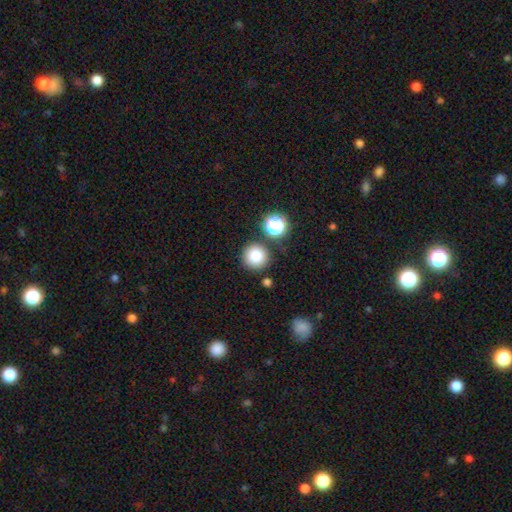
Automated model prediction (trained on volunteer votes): A smooth galaxy with no disk features (82%) that is round (94%).

Vote fractions:
- Smooth or featured? smooth: 82% / star or artifact: 13% / featured or disk: 6%
- How rounded? round: 94% / in between: 5% / cigar-shaped: 1%
- Merging? none: 81% / minor disturbance: 9% / merger: 7% / major disturbance: 3%